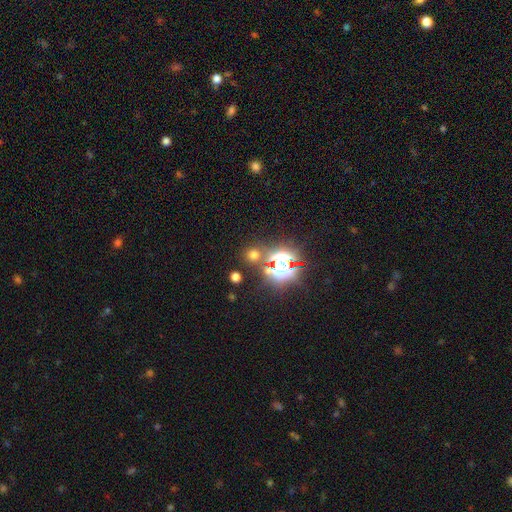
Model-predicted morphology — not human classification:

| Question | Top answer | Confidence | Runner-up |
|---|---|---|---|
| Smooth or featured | star or artifact | 62% | smooth (30%) |